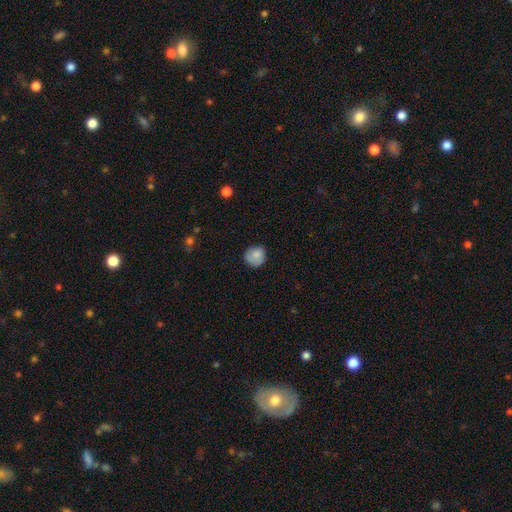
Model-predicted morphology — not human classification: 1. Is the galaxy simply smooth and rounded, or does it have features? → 82% smooth, 11% featured or disk, 8% star or artifact.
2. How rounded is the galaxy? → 88% round, 11% in between, 1% cigar-shaped.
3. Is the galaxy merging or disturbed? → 76% none, 19% minor disturbance, 4% major disturbance, 1% merger.